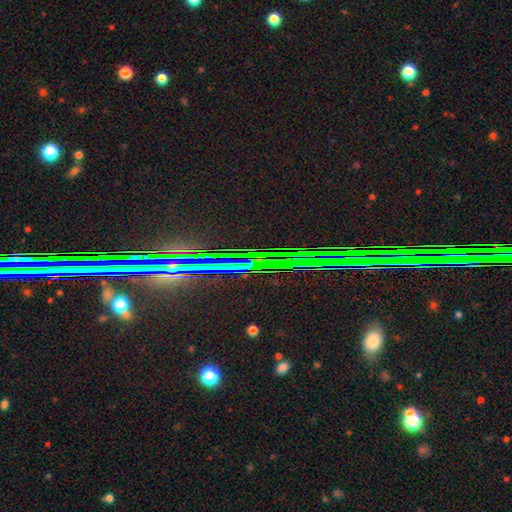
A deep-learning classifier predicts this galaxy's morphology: The model was most divided on "smooth or featured": star or artifact: 53%, featured or disk: 38%, smooth: 9%.